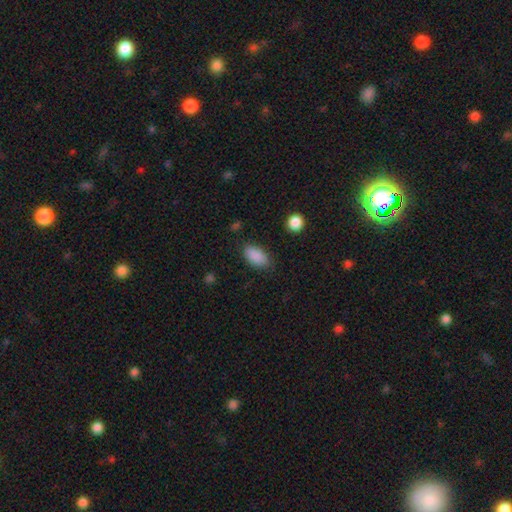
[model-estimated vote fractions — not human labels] smooth 89%, star or artifact 7%, featured or disk 4%. Down the decision tree: how rounded — in between (93%); merging — none (81%).